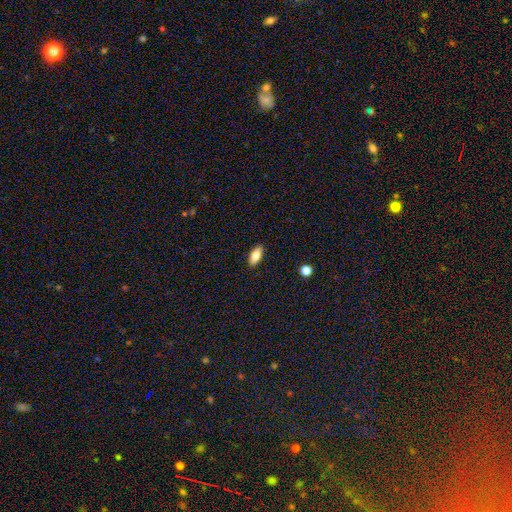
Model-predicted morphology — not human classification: smooth-or-featured: smooth: 81% | featured or disk: 12% | star or artifact: 7%
  how-rounded: in between: 86% | cigar-shaped: 11% | round: 3%
  merging: none: 89% | minor disturbance: 8% | major disturbance: 2% | merger: 1%